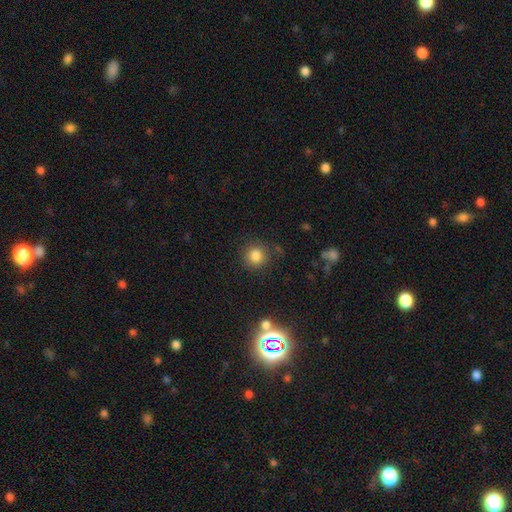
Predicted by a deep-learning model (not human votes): Q: Smooth or featured?
A: smooth (82%); runner-up: star or artifact (12%)
Q: How rounded?
A: round (88%); runner-up: in between (11%)
Q: Merging?
A: none (82%); runner-up: minor disturbance (11%)